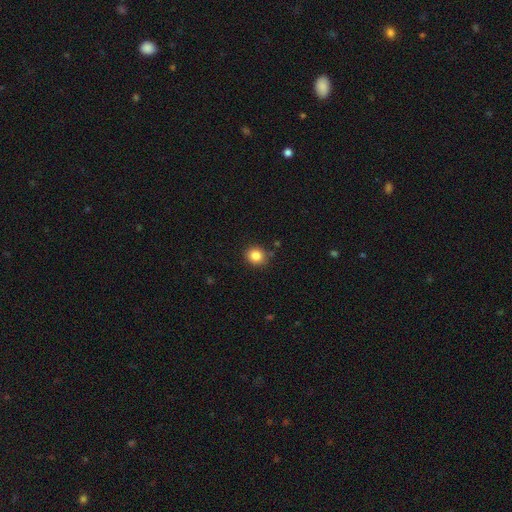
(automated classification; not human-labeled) Smooth or featured?
  - smooth: 84% *
  - star or artifact: 11%
  - featured or disk: 6%
How rounded?
  - round: 81% *
  - in between: 18%
  - cigar-shaped: 1%
Merging?
  - none: 87% *
  - minor disturbance: 8%
  - merger: 2%
  - major disturbance: 2%